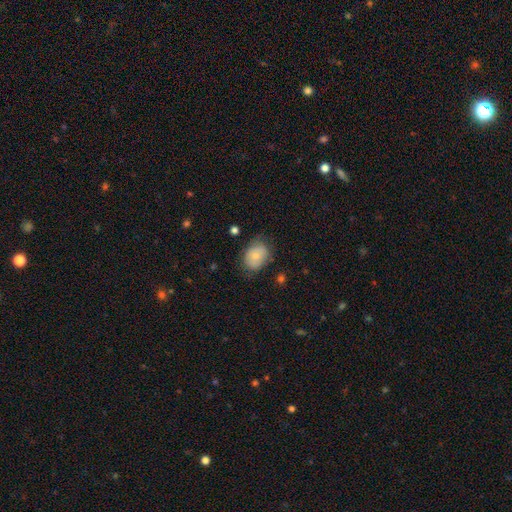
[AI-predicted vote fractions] smooth 74%, featured or disk 18%, star or artifact 7%. Down the decision tree: how rounded — in between (65%); merging — none (68%).